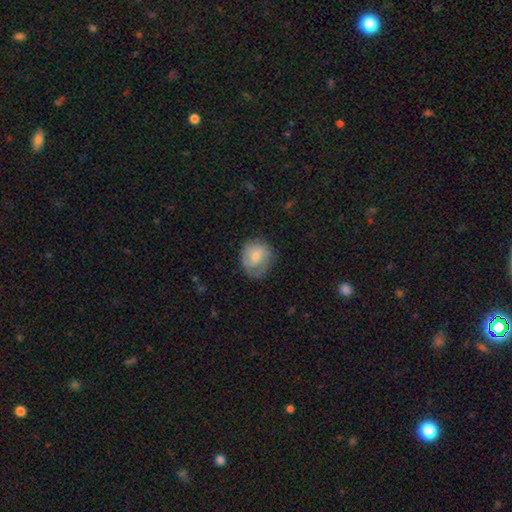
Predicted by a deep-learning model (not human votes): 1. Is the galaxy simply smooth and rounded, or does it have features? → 69% smooth, 24% featured or disk, 7% star or artifact.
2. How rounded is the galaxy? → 69% round, 30% in between, 1% cigar-shaped.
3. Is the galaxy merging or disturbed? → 63% none, 25% minor disturbance, 10% major disturbance, 1% merger.